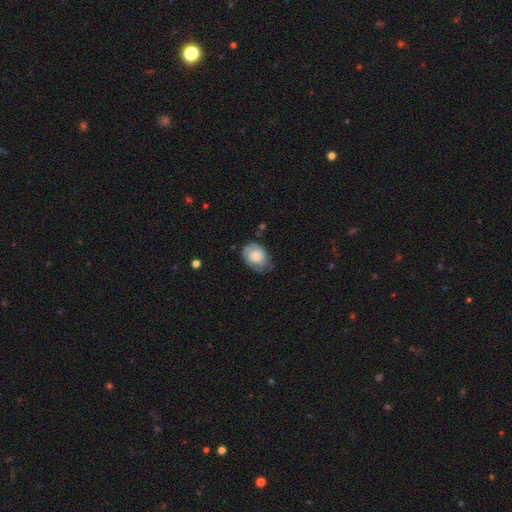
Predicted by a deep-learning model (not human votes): smooth-or-featured: smooth: 62% | featured or disk: 31% | star or artifact: 7%
  how-rounded: in between: 68% | round: 31% | cigar-shaped: 1%
  merging: none: 55% | minor disturbance: 34% | major disturbance: 9% | merger: 2%